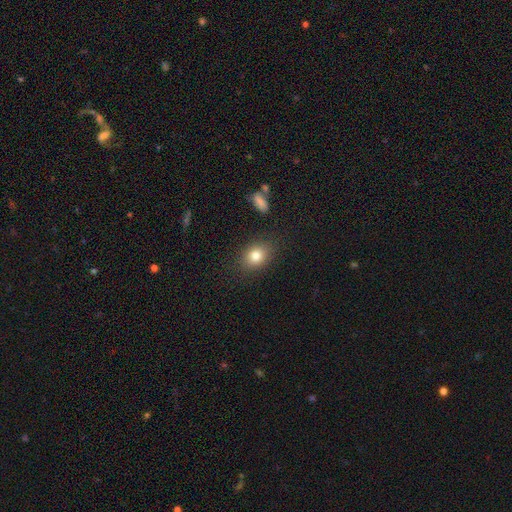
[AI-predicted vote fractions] Smooth or featured? Predicted: smooth (p=0.81). How rounded? Predicted: in between (p=0.59). Merging? Predicted: none (p=0.83).